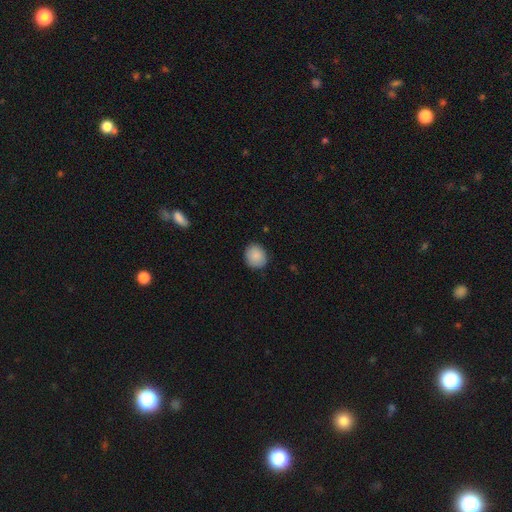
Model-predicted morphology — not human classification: Q: Smooth or featured?
A: smooth (89%); runner-up: star or artifact (7%)
Q: How rounded?
A: round (73%); runner-up: in between (26%)
Q: Merging?
A: none (86%); runner-up: minor disturbance (11%)